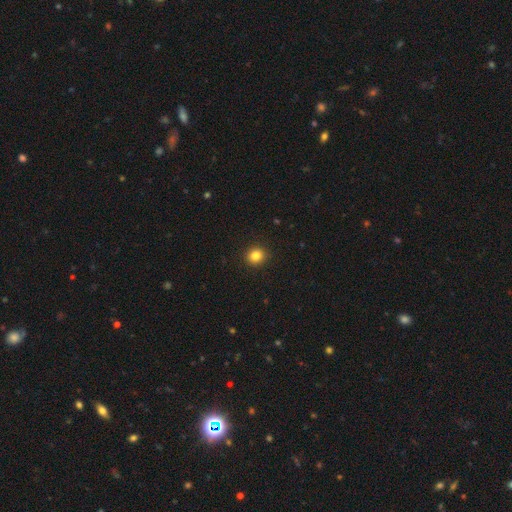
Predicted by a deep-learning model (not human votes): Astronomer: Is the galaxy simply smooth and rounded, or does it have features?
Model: smooth — 84%.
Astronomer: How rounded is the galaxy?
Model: round — 88%.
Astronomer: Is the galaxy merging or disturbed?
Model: none — 93%.